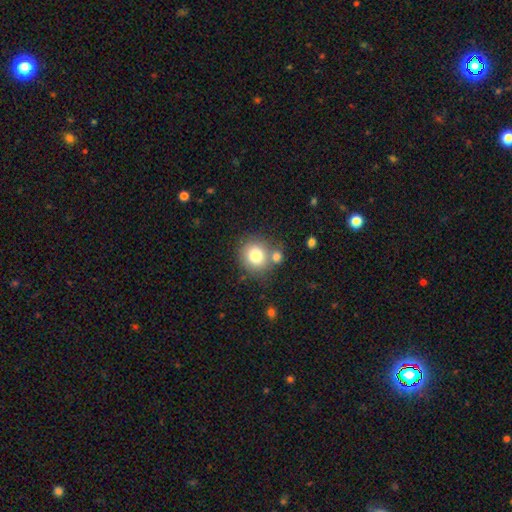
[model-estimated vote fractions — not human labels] Morphology: type=smooth (79%); roundness=round (85%); merging=none (64%).